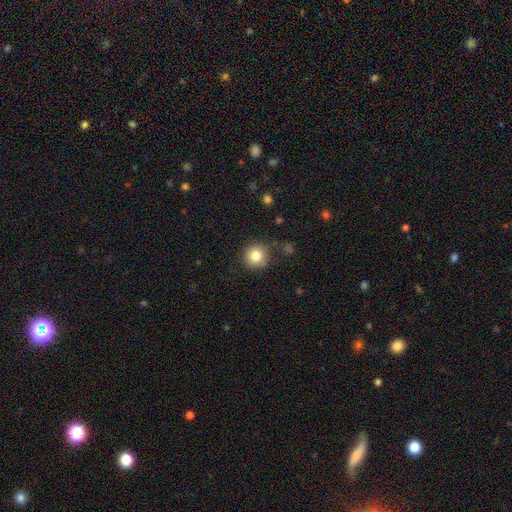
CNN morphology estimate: A smooth galaxy with no disk features (83%) that is round (93%). Merging: none (83%).